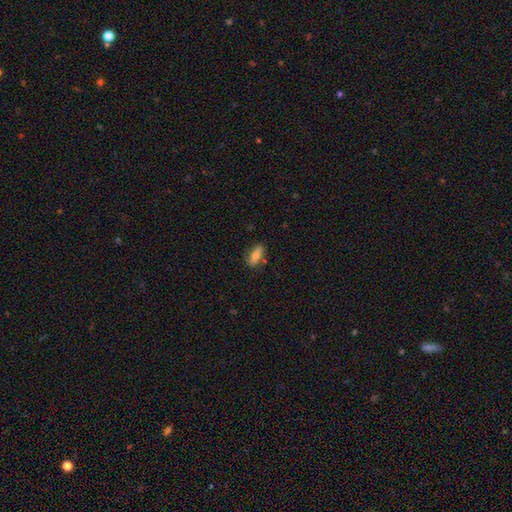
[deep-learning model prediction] Overall: smooth (73%). How rounded: in between (78%). Merging: none (77%).